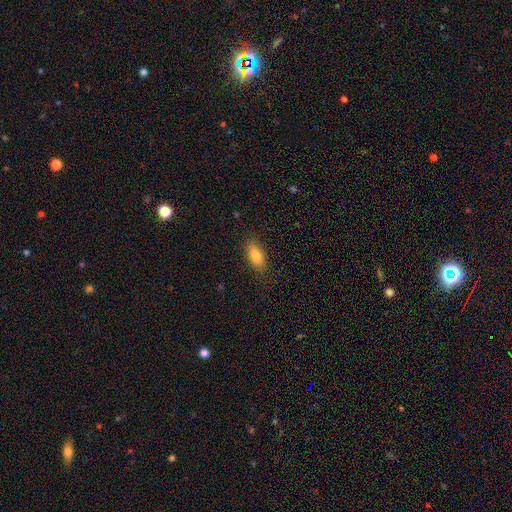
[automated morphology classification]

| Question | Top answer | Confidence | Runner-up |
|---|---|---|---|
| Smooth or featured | smooth | 83% | featured or disk (10%) |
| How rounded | in between | 88% | cigar-shaped (8%) |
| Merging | none | 84% | minor disturbance (12%) |